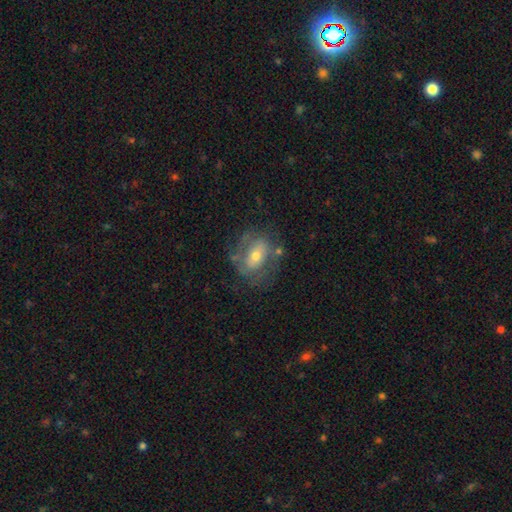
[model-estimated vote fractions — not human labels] Smooth or featured?
  - featured or disk: 58% *
  - smooth: 33%
  - star or artifact: 9%
Edge-on disk?
  - no: 94% *
  - yes: 6%
Bar?
  - no: 45% *
  - weak: 34%
  - strong: 20%
Spiral arms?
  - yes: 53% *
  - no: 47%
Bulge size?
  - moderate: 58% *
  - small: 35%
  - large: 5%
  - none: 1%
  - dominant: 1%
Merging?
  - none: 59% *
  - minor disturbance: 21%
  - major disturbance: 15%
  - merger: 4%